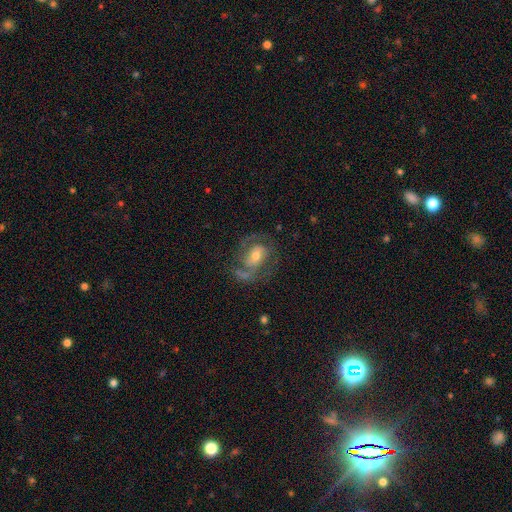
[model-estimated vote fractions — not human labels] This is likely a featured or disk galaxy (76%). It is clearly not viewed edge-on (97%). Bar: possibly no (49%). Spiral arm pattern: clearly yes (87%). Spiral arm count: likely 2 (68%). Spiral winding: possibly medium (48%). Central bulge: likely moderate (61%). Merging: possibly none (58%).